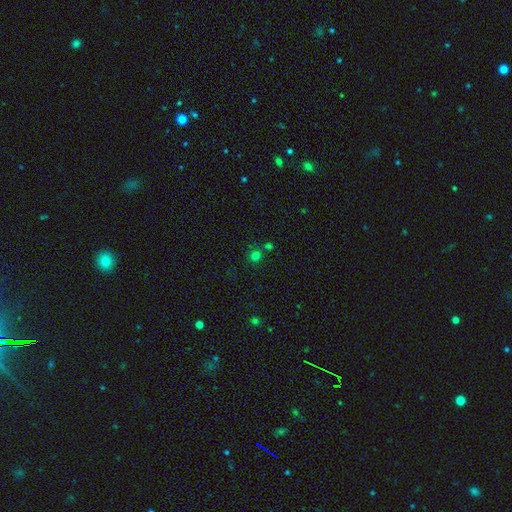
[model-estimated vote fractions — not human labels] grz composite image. It shows a smooth galaxy with no disk features (70%) that is round (88%). Merging: none (72%).